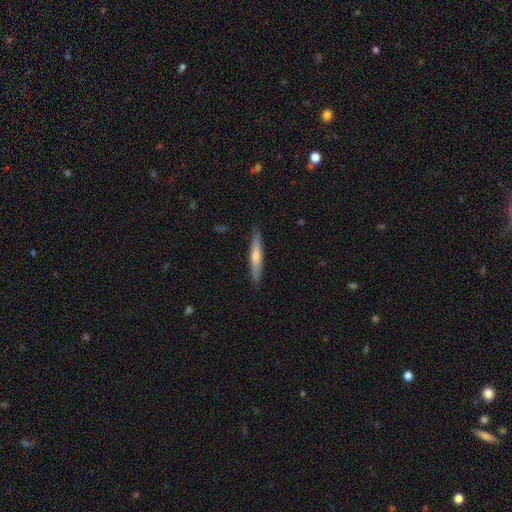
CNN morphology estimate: The model was most divided on "smooth or featured": featured or disk: 52%, smooth: 42%, star or artifact: 7%. More confident: edge-on disk — yes (94%); merging — none (90%).